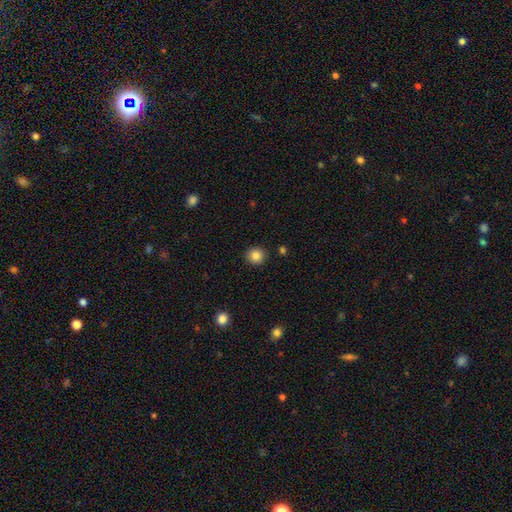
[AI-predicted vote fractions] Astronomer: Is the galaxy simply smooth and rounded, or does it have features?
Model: smooth — 84%.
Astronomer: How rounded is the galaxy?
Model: round — 92%.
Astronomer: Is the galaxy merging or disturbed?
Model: none — 91%.